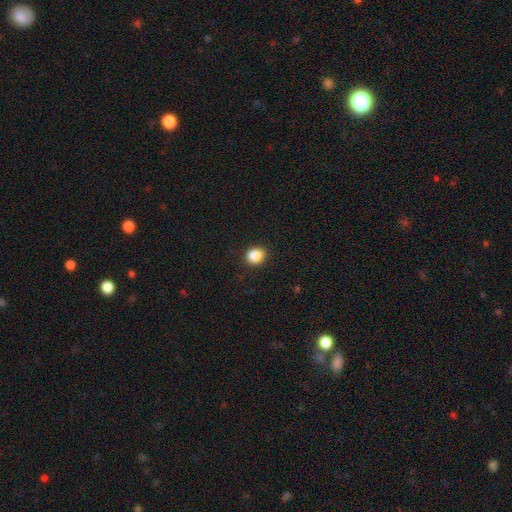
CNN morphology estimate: Smooth or featured? Predicted: smooth (p=0.87). How rounded? Predicted: round (p=0.69). Merging? Predicted: none (p=0.87).